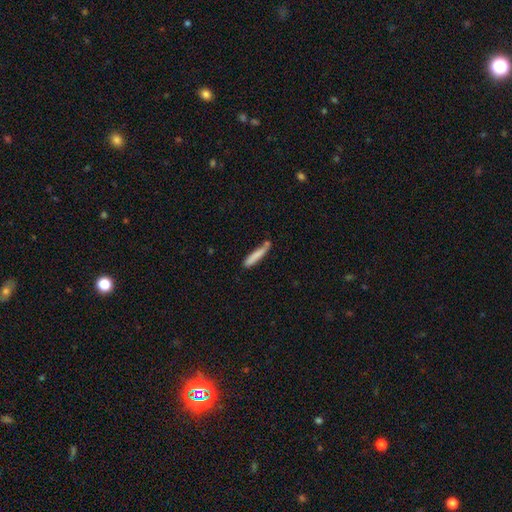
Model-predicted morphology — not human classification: smooth_or_featured: smooth (p=0.80) [alt: featured or disk p=0.14]
how_rounded: cigar-shaped (p=0.91) [alt: in between p=0.08]
merging: none (p=0.66) [alt: minor disturbance p=0.20]